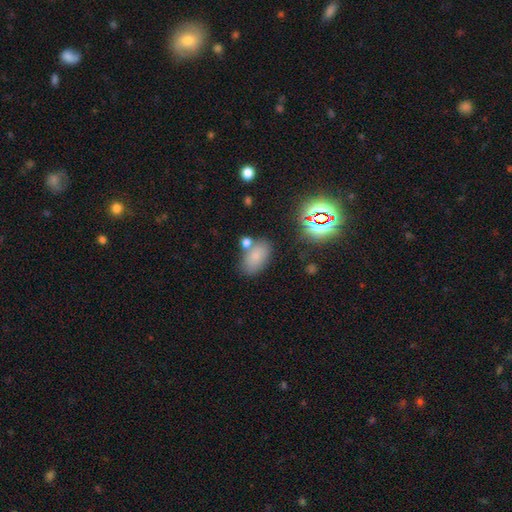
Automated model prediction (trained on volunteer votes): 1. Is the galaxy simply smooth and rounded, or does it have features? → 75% smooth, 15% star or artifact, 10% featured or disk.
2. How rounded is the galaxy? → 90% in between, 8% round, 2% cigar-shaped.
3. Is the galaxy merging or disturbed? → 67% none, 15% merger, 14% minor disturbance, 5% major disturbance.